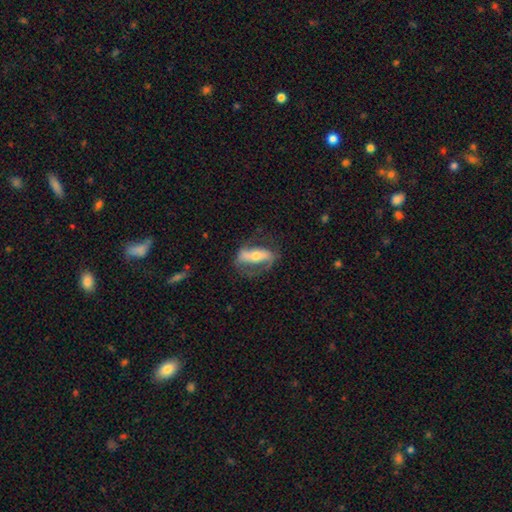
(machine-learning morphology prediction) Smooth or featured? Predicted: featured or disk (p=0.70). Edge-on disk? Predicted: no (p=0.82). Bar? Predicted: strong (p=0.59). Spiral arms? Predicted: yes (p=0.72). Bulge size? Predicted: moderate (p=0.52). Merging? Predicted: none (p=0.61).